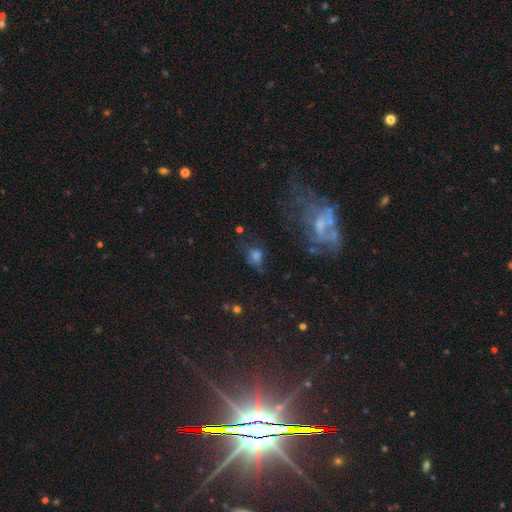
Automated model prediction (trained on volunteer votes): Smooth or featured? smooth (56%)
How rounded? in between (51%)
Merging? none (45%)